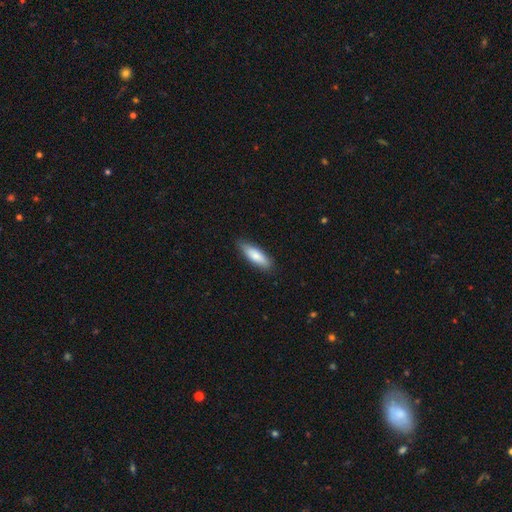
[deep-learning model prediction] A smooth galaxy with no disk features (80%) that is cigar-shaped (51%).

Vote fractions:
- Smooth or featured? smooth: 80% / featured or disk: 15% / star or artifact: 5%
- How rounded? cigar-shaped: 51% / in between: 48% / round: 2%
- Merging? none: 84% / minor disturbance: 13% / major disturbance: 2% / merger: 1%